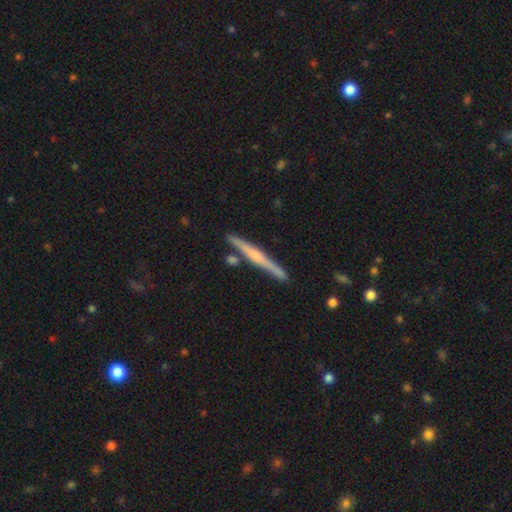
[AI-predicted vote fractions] This appears to be a featured or disk galaxy (67%) viewed edge-on (98%) with a rounded central bulge (60%). Merging: none (86%).